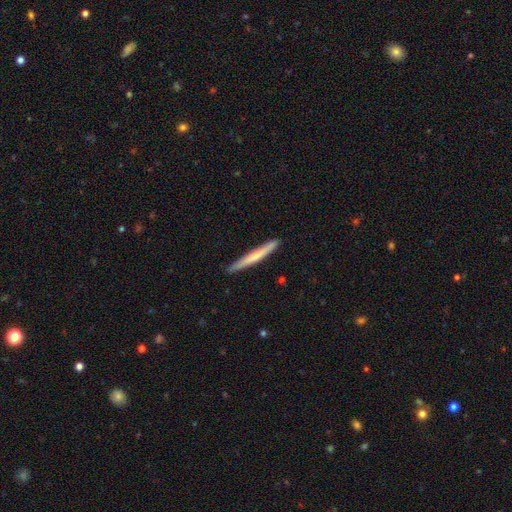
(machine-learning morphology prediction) smooth 53%, featured or disk 42%, star or artifact 5%. Down the decision tree: how rounded — cigar-shaped (97%); merging — none (90%).